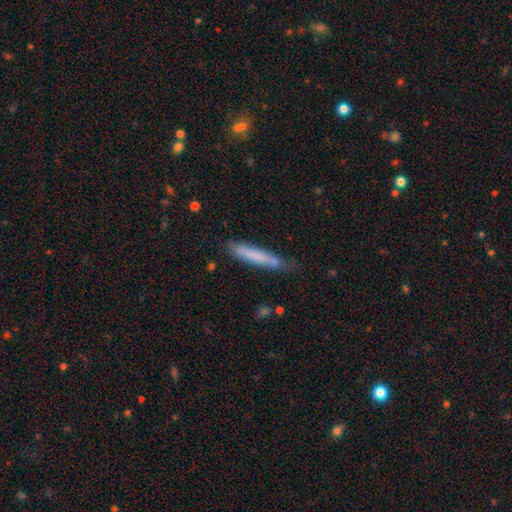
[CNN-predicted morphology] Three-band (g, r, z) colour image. It shows a smooth galaxy with no disk features (71%) that is cigar-shaped (94%). Merging: none (69%).